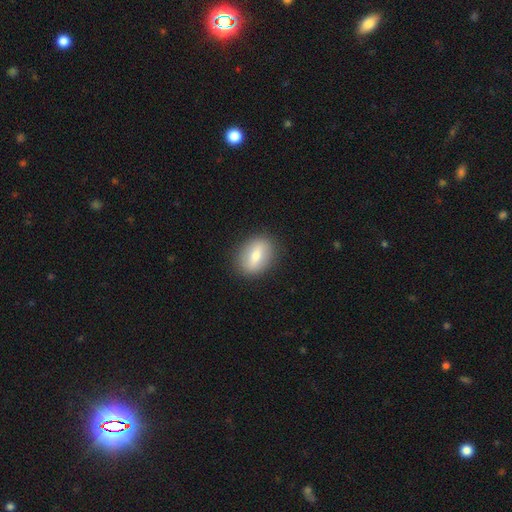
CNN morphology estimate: Smooth or featured? smooth (66%)
How rounded? in between (75%)
Merging? none (86%)